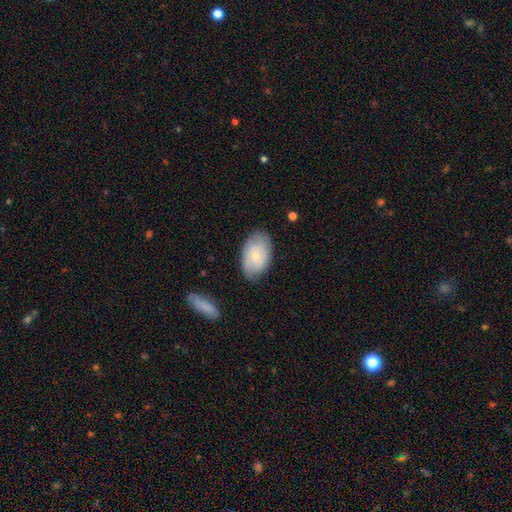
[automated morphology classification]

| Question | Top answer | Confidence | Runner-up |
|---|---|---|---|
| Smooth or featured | smooth | 62% | featured or disk (32%) |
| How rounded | in between | 91% | round (8%) |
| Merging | none | 76% | minor disturbance (18%) |